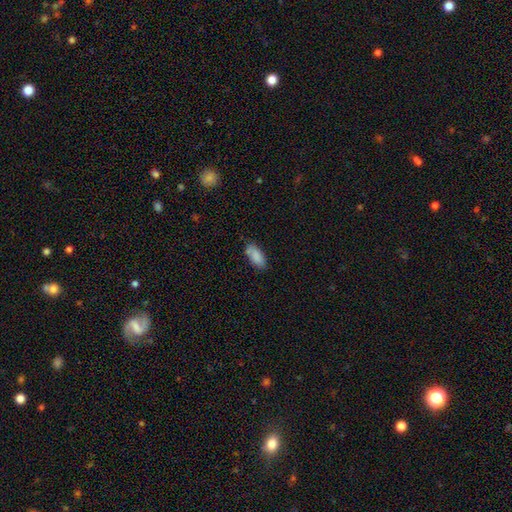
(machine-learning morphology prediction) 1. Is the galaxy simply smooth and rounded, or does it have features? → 85% smooth, 8% featured or disk, 7% star or artifact.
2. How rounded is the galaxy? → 86% in between, 12% cigar-shaped, 2% round.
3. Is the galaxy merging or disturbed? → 72% none, 20% minor disturbance, 4% merger, 4% major disturbance.